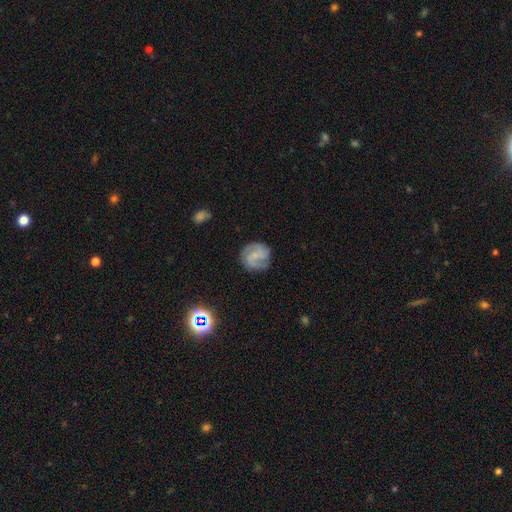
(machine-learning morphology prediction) type=featured or disk (66%); edge-on=no (98%); bar=no (50%); spiral arms=yes (93%); winding=medium (47%); arm count=2 (61%); bulge=small (50%); merging=none (76%).